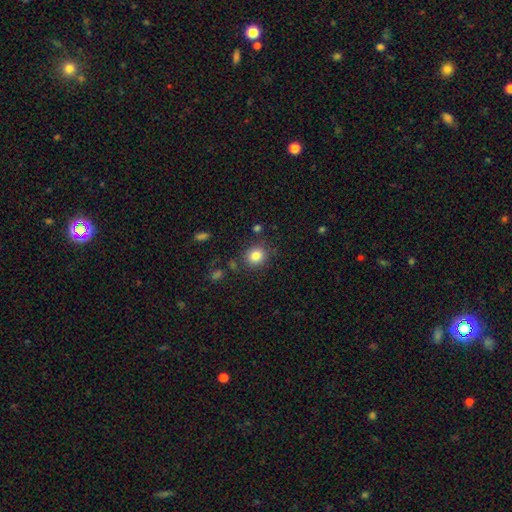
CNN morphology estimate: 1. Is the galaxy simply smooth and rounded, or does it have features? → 84% smooth, 11% star or artifact, 6% featured or disk.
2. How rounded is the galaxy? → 78% round, 21% in between, 1% cigar-shaped.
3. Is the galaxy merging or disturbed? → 82% none, 11% minor disturbance, 4% major disturbance, 4% merger.